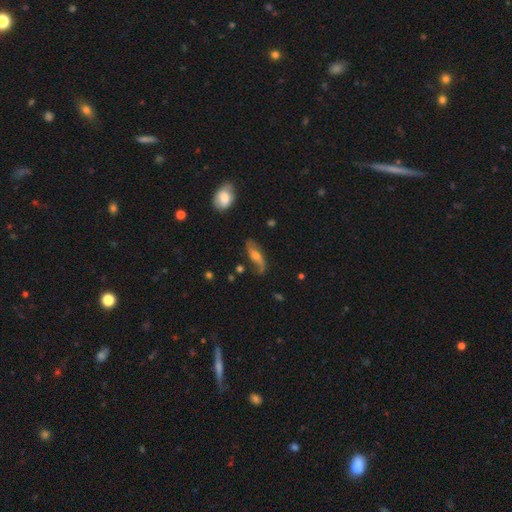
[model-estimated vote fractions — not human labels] This is likely a featured or disk galaxy (62%). It is clearly not viewed edge-on (80%). Merging: likely none (65%).